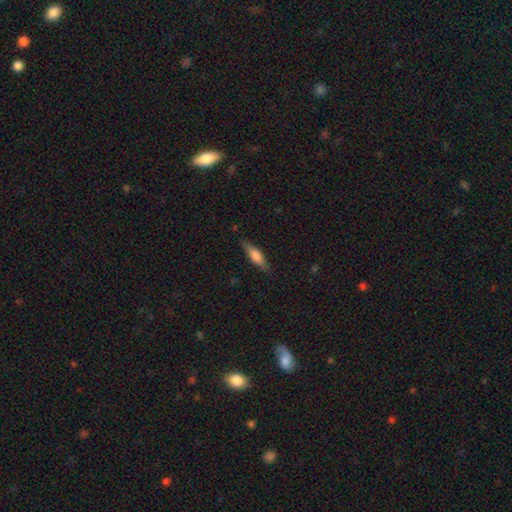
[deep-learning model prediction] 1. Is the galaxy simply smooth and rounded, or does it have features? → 64% smooth, 30% featured or disk, 7% star or artifact.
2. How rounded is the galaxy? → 57% cigar-shaped, 40% in between, 2% round.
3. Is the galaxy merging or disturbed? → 83% none, 13% minor disturbance, 3% major disturbance, 1% merger.